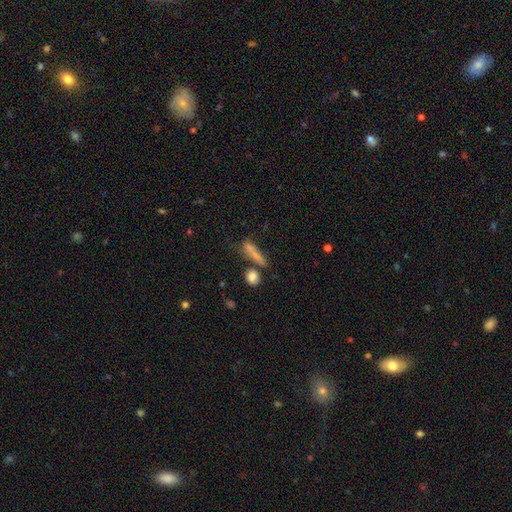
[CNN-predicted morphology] type=smooth (61%); roundness=cigar-shaped (71%); merging=none (55%).